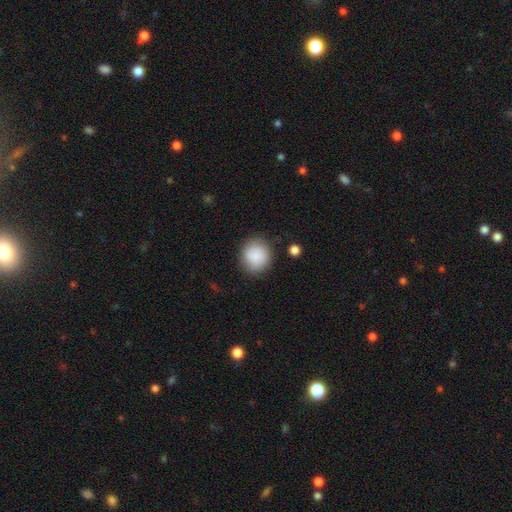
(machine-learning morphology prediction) This appears to be a smooth galaxy with no disk features (85%) that is round (84%). Merging: none (80%).